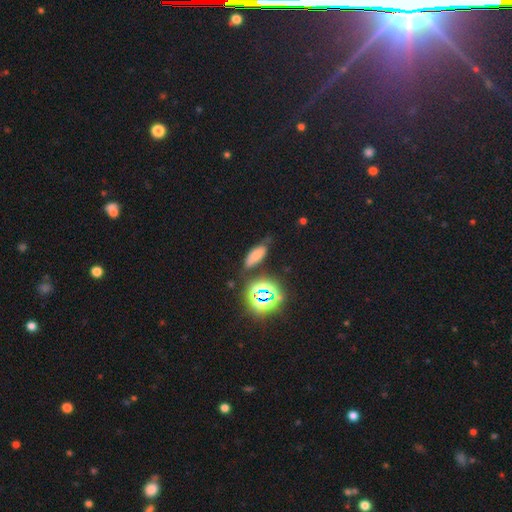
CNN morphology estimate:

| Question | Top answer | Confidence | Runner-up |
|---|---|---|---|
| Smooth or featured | smooth | 63% | star or artifact (25%) |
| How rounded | in between | 77% | cigar-shaped (17%) |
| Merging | none | 70% | minor disturbance (19%) |